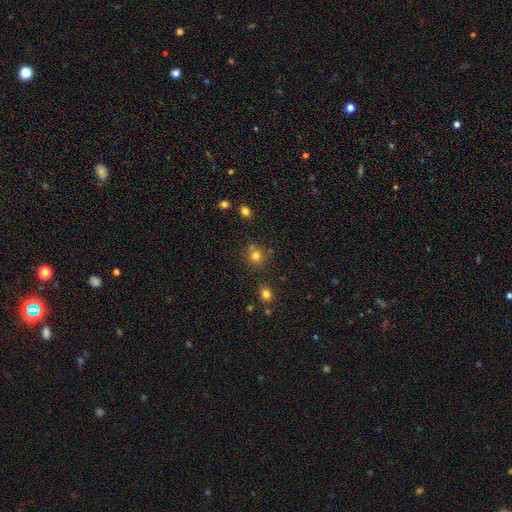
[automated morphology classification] Smooth or featured? Predicted: smooth (p=0.76). How rounded? Predicted: round (p=0.88). Merging? Predicted: none (p=0.71).